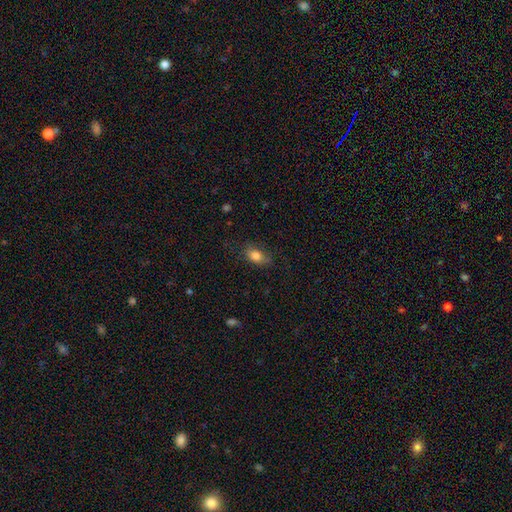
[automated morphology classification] Smooth or featured: smooth — 82% (featured or disk — 9%)
How rounded: in between — 82% (round — 14%)
Merging: none — 71% (minor disturbance — 21%)